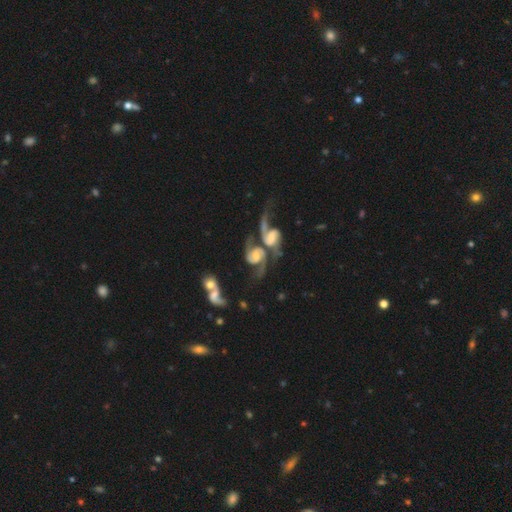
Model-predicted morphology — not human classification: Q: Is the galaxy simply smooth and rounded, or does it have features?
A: featured or disk — 86%.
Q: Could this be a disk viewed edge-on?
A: no — 97%.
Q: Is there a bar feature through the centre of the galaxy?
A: no — 47%.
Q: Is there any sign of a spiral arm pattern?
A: yes — 96%.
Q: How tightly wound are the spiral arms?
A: medium — 42%.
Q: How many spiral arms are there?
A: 2 — 84%.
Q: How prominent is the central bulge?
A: moderate — 41%.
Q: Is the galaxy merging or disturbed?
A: merger — 66%.